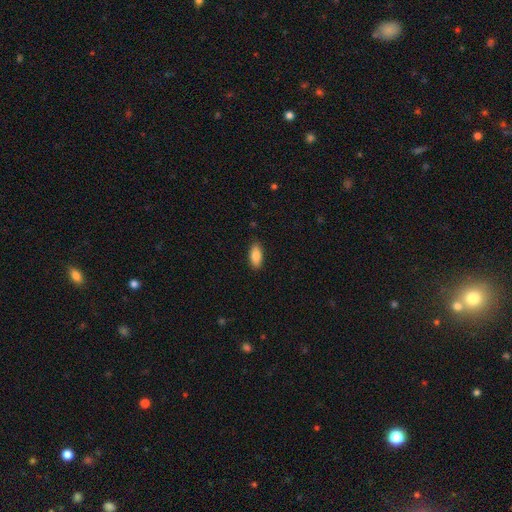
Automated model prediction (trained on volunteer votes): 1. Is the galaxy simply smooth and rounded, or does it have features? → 86% smooth, 8% featured or disk, 7% star or artifact.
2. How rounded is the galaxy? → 88% in between, 10% cigar-shaped, 2% round.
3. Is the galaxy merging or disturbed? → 87% none, 10% minor disturbance, 2% major disturbance, 1% merger.